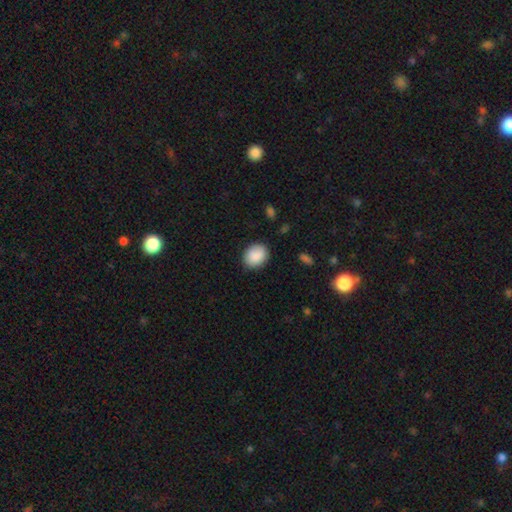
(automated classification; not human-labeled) Smooth or featured: smooth — 89% (star or artifact — 7%)
How rounded: round — 52% (in between — 47%)
Merging: none — 84% (minor disturbance — 12%)